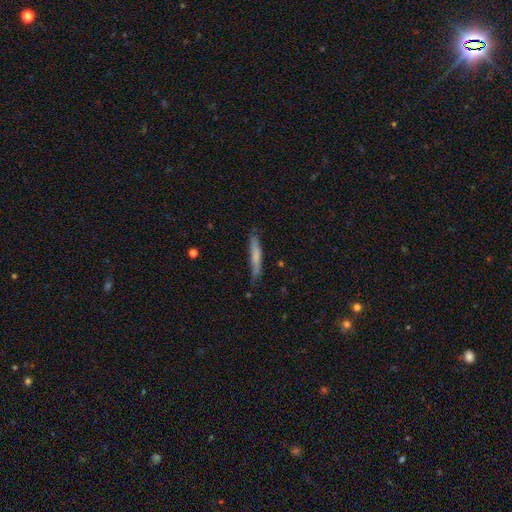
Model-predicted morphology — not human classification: A smooth galaxy with no disk features (63%) that is cigar-shaped (93%). Merging: none (77%).